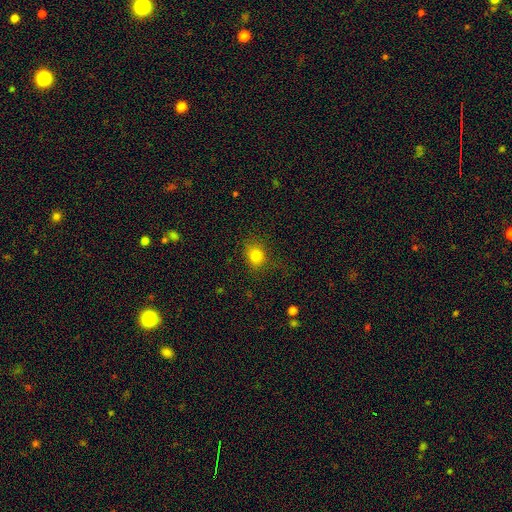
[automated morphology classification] The model was most divided on "how rounded": round: 66%, in between: 33%, cigar-shaped: 1%. More confident: smooth or featured — smooth (80%); merging — none (77%).